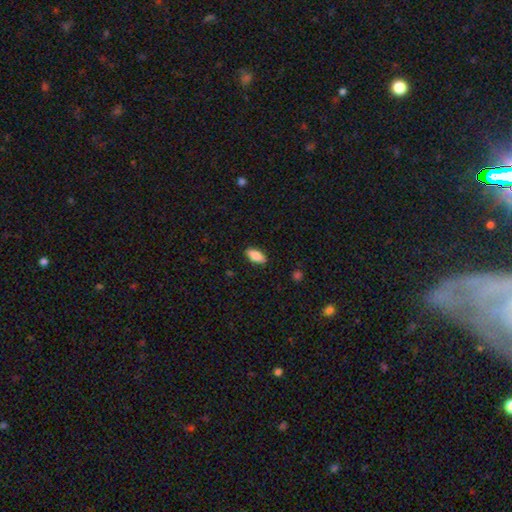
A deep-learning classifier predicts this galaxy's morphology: Q: Smooth or featured?
A: smooth (85%); runner-up: featured or disk (8%)
Q: How rounded?
A: in between (88%); runner-up: cigar-shaped (9%)
Q: Merging?
A: none (88%); runner-up: minor disturbance (9%)